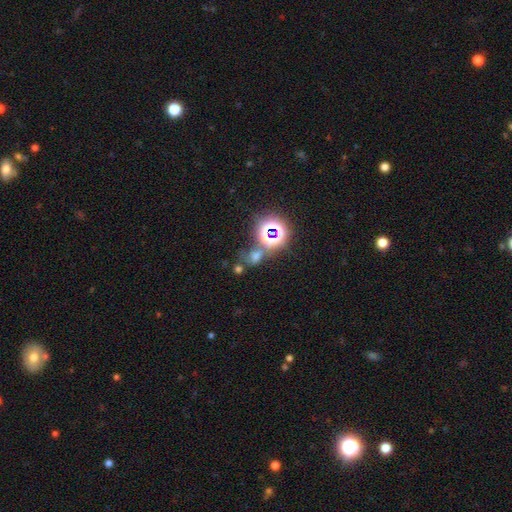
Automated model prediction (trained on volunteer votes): The model was most divided on "smooth or featured": star or artifact: 47%, smooth: 42%, featured or disk: 11%.